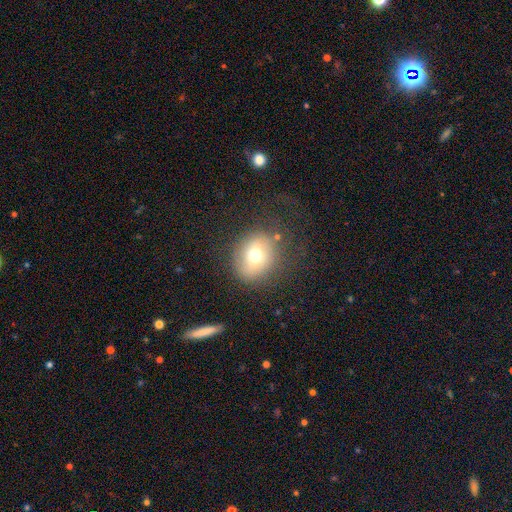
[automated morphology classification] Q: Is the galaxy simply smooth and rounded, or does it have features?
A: smooth — 65%.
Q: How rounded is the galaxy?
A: round — 65%.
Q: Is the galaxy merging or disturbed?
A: none — 73%.